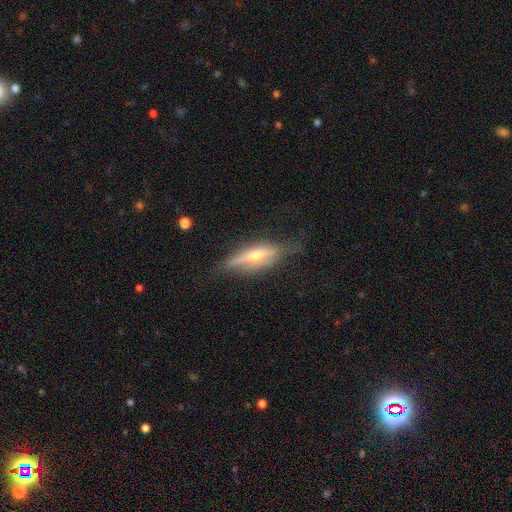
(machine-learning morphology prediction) Smooth or featured? featured or disk (67%)
Edge-on disk? yes (87%)
Edge-on bulge? rounded (90%)
Merging? none (67%)